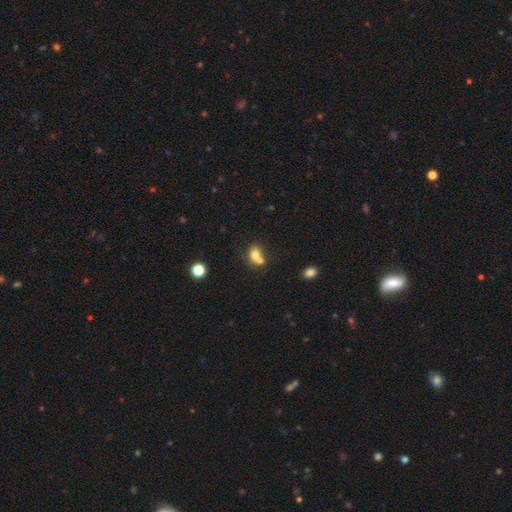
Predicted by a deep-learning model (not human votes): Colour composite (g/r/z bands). It shows a smooth galaxy with no disk features (74%) that is round (63%). Merging: merger (53%).